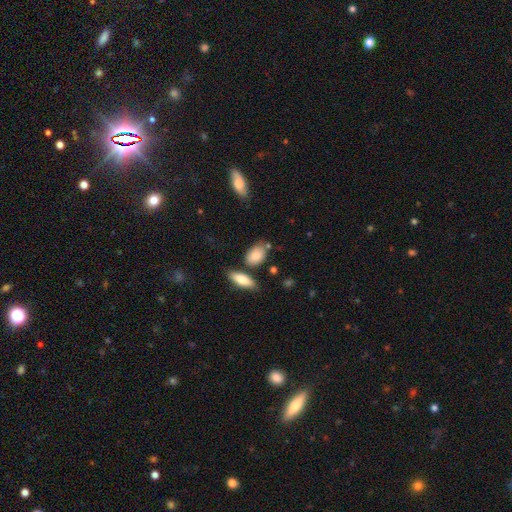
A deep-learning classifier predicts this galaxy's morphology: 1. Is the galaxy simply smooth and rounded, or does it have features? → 82% smooth, 11% featured or disk, 7% star or artifact.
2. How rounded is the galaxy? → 82% in between, 15% round, 3% cigar-shaped.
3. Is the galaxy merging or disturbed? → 63% none, 20% minor disturbance, 13% merger, 4% major disturbance.